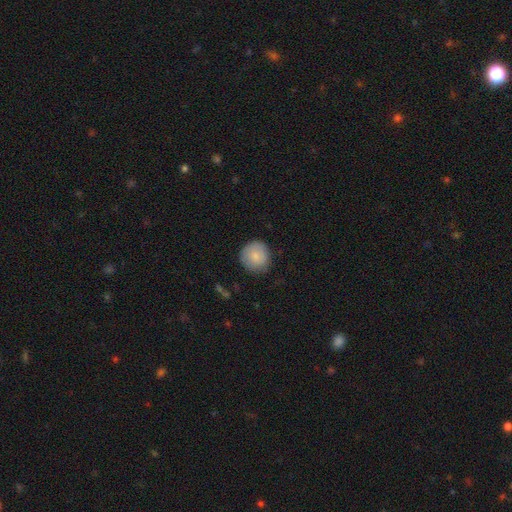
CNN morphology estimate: smooth-or-featured: smooth: 82% | featured or disk: 11% | star or artifact: 7%
  how-rounded: round: 90% | in between: 9% | cigar-shaped: 1%
  merging: none: 80% | minor disturbance: 15% | major disturbance: 3% | merger: 1%